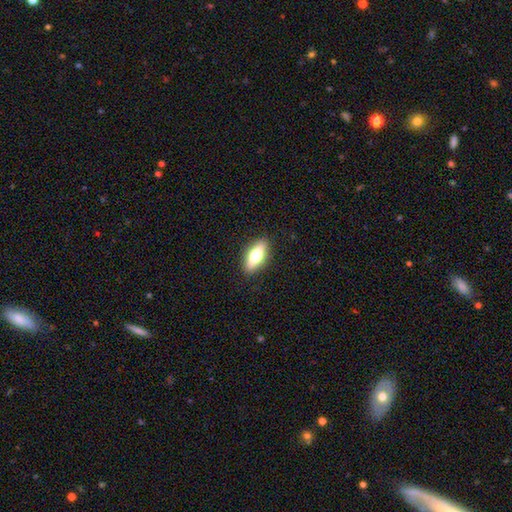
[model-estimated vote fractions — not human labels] Smooth or featured: smooth — 60% (featured or disk — 34%)
How rounded: in between — 70% (cigar-shaped — 27%)
Merging: none — 89% (minor disturbance — 8%)